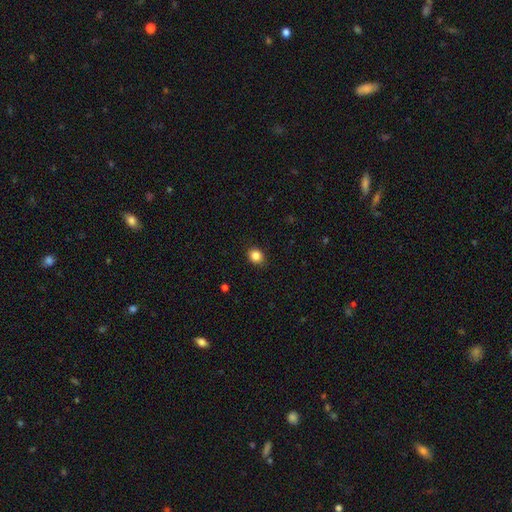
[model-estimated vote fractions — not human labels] smooth 85%, star or artifact 11%, featured or disk 4%. Down the decision tree: how rounded — round (62%); merging — none (89%).